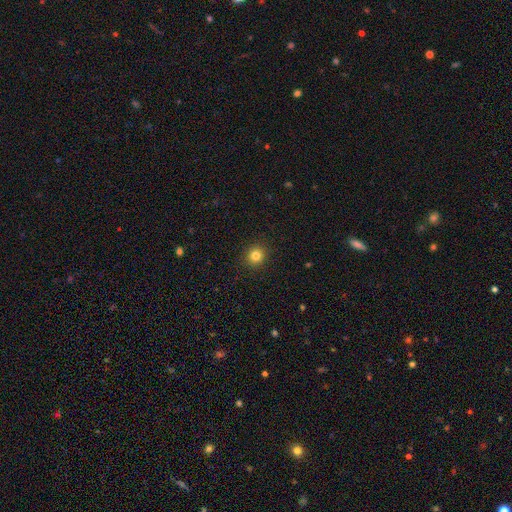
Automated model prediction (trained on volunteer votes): smooth 82%, star or artifact 13%, featured or disk 5%. Down the decision tree: how rounded — round (91%); merging — none (92%).